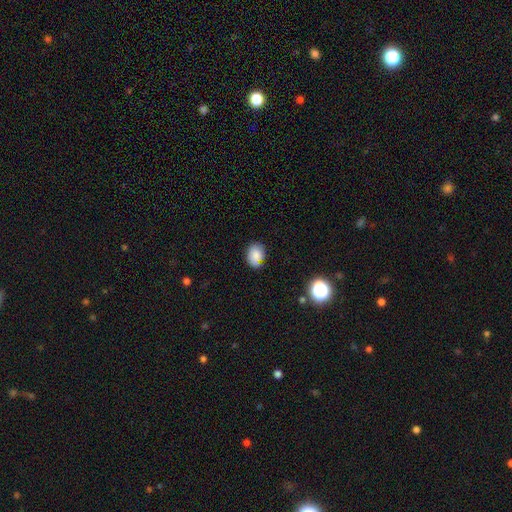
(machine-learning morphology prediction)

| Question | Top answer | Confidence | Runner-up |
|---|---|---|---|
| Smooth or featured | smooth | 77% | featured or disk (12%) |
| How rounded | in between | 56% | round (43%) |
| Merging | none | 64% | minor disturbance (26%) |